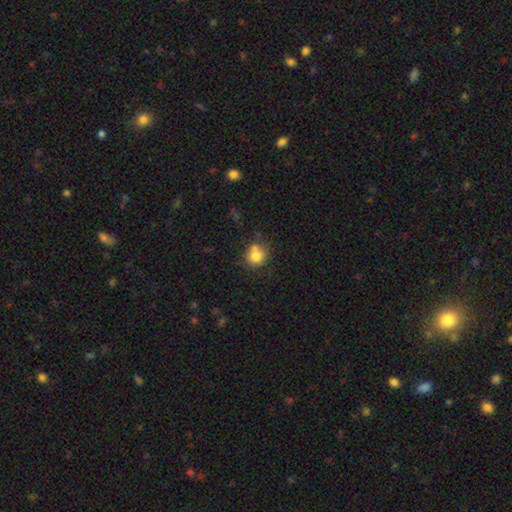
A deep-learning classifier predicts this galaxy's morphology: smooth_or_featured: smooth (p=0.79) [alt: star or artifact p=0.11]
how_rounded: round (p=0.83) [alt: in between p=0.16]
merging: none (p=0.54) [alt: merger p=0.24]